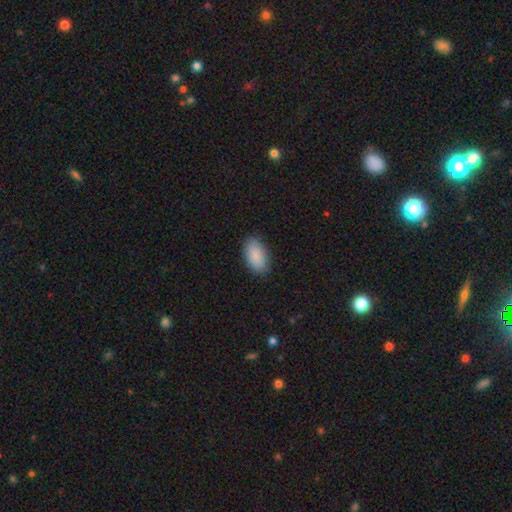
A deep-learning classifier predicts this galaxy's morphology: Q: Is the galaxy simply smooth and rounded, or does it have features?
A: smooth — 90%.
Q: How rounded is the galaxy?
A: in between — 94%.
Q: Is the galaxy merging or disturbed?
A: none — 86%.